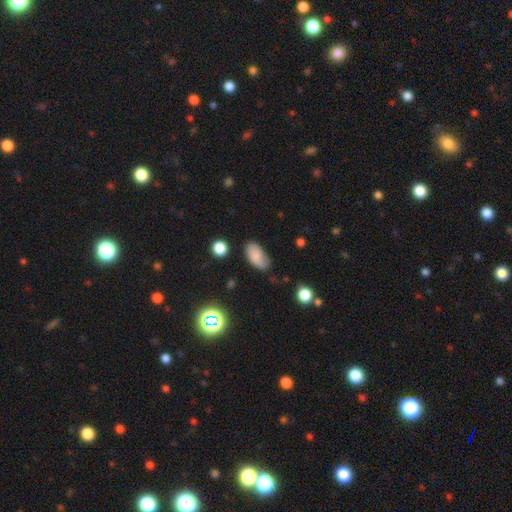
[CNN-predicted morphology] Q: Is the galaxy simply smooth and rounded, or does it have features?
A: smooth — 74%.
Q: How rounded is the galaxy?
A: in between — 93%.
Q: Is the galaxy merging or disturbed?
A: none — 62%.